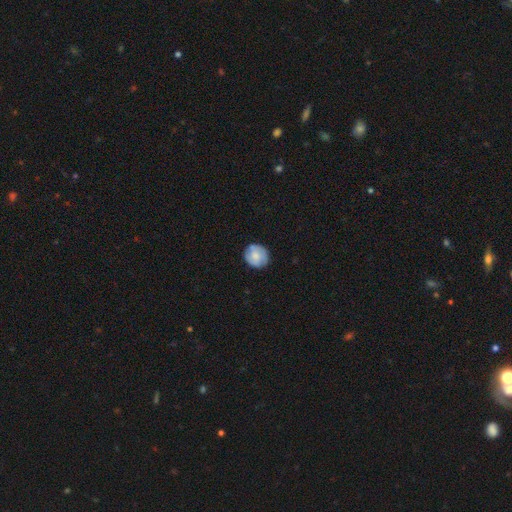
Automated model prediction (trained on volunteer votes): Smooth or featured? Predicted: smooth (p=0.56). How rounded? Predicted: round (p=0.85). Merging? Predicted: none (p=0.81).